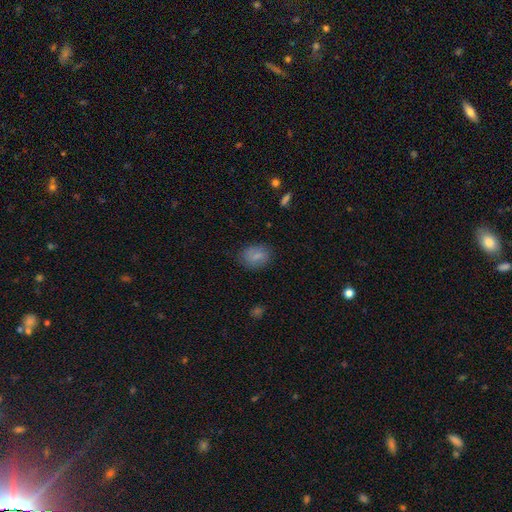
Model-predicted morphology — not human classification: A smooth galaxy with no disk features (81%) that is in between round and cigar-shaped (66%).

Vote fractions:
- Smooth or featured? smooth: 81% / featured or disk: 11% / star or artifact: 8%
- How rounded? in between: 66% / round: 32% / cigar-shaped: 2%
- Merging? none: 80% / minor disturbance: 14% / major disturbance: 4% / merger: 1%